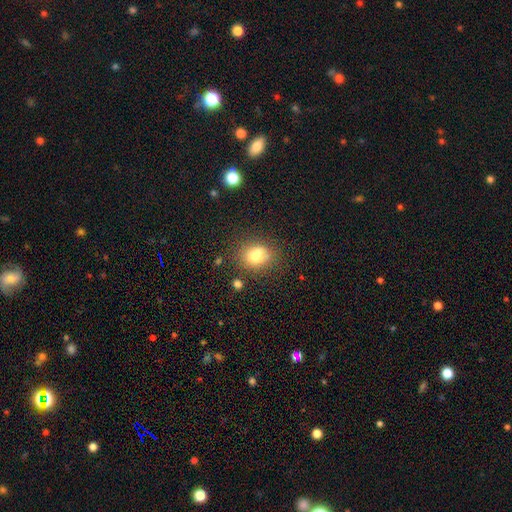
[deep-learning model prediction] Q: Smooth or featured?
A: smooth (71%); runner-up: featured or disk (16%)
Q: How rounded?
A: round (61%); runner-up: in between (38%)
Q: Merging?
A: none (55%); runner-up: merger (21%)